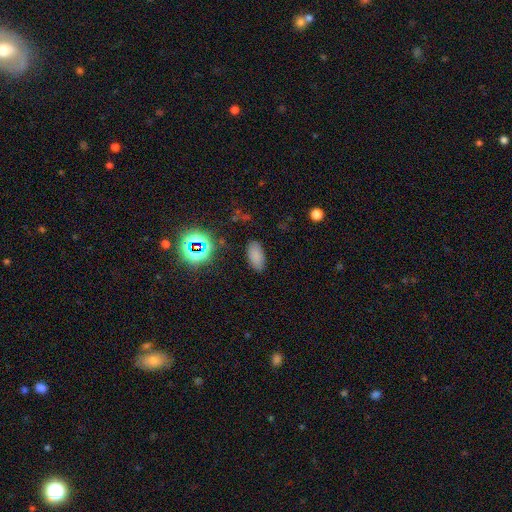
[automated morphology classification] A smooth galaxy with no disk features (76%) that is in between round and cigar-shaped (92%).

Vote fractions:
- Smooth or featured? smooth: 76% / star or artifact: 18% / featured or disk: 6%
- How rounded? in between: 92% / cigar-shaped: 4% / round: 4%
- Merging? none: 84% / minor disturbance: 11% / major disturbance: 3% / merger: 2%